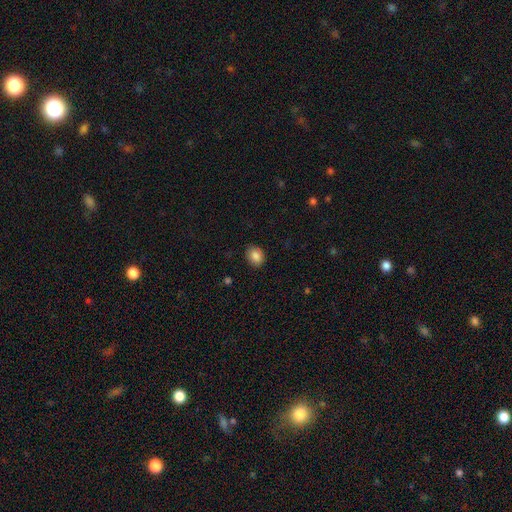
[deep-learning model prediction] smooth_or_featured: smooth (p=0.85) [alt: star or artifact p=0.09]
how_rounded: in between (p=0.50) [alt: round p=0.49]
merging: none (p=0.87) [alt: minor disturbance p=0.09]